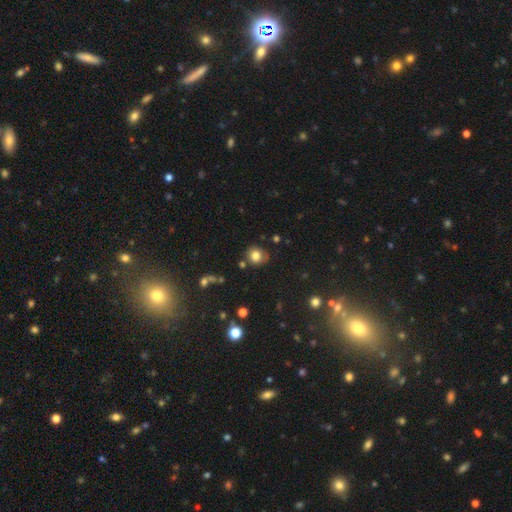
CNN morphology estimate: smooth 80%, star or artifact 12%, featured or disk 8%. Down the decision tree: how rounded — round (81%); merging — none (77%).